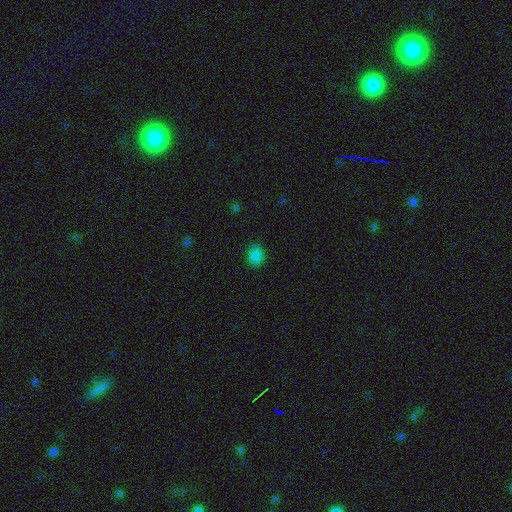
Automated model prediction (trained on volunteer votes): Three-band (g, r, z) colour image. It shows a smooth galaxy with no disk features (82%) that is round (52%). Merging: none (85%).